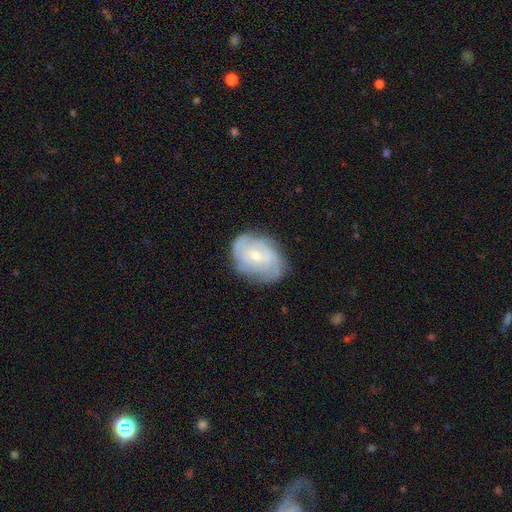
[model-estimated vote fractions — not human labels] Overall: featured or disk (73%). Edge-on disk: no (97%). Bar: no (67%; weak 29%). Spiral arms: yes (89%). Spiral arm count: can't tell (43%; 3 18%). Spiral winding: tight (62%; medium 29%). Bulge size: small (62%; moderate 34%). Merging: none (71%).